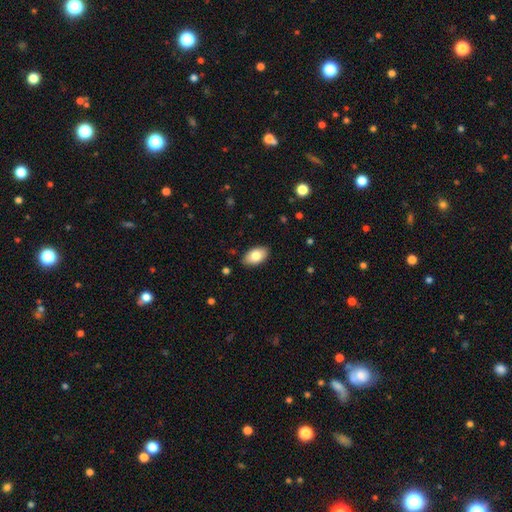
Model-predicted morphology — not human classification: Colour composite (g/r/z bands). It shows a smooth galaxy with no disk features (81%) that is in between round and cigar-shaped (94%). Merging: none (87%).